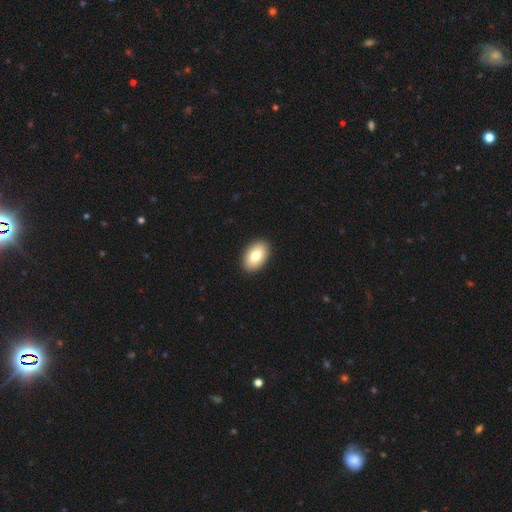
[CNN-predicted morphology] The model was most divided on "smooth or featured": smooth: 81%, featured or disk: 13%, star or artifact: 7%. More confident: how rounded — in between (92%); merging — none (92%).